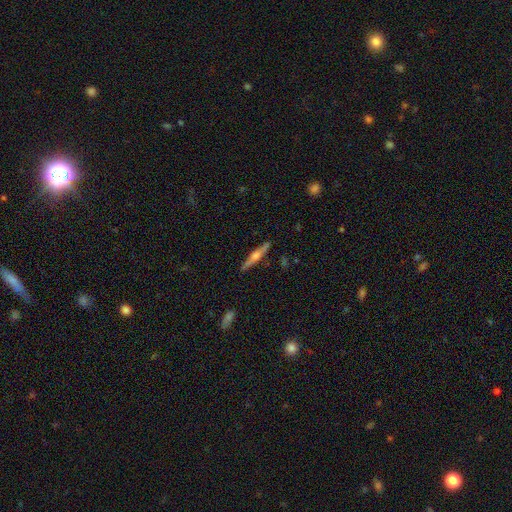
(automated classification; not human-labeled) Smooth or featured? featured or disk (66%)
Edge-on disk? yes (97%)
Edge-on bulge? rounded (89%)
Merging? none (89%)